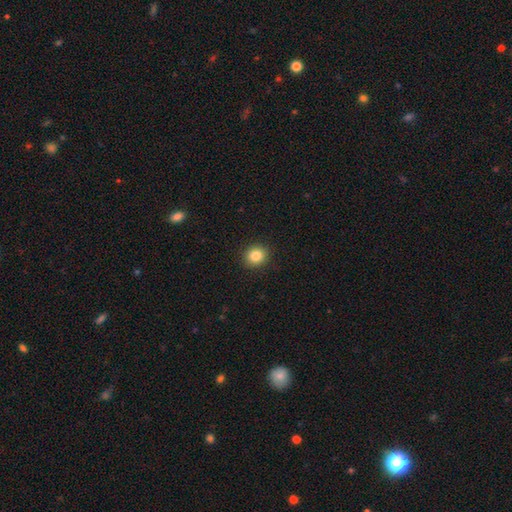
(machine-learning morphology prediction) smooth 84%, star or artifact 10%, featured or disk 5%. Down the decision tree: how rounded — round (81%); merging — none (92%).